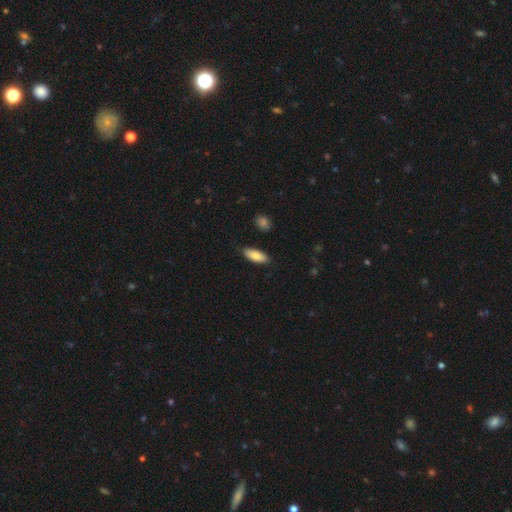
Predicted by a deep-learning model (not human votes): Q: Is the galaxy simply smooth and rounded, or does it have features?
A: smooth — 82%.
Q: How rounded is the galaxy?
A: in between — 77%.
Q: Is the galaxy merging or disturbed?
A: none — 84%.